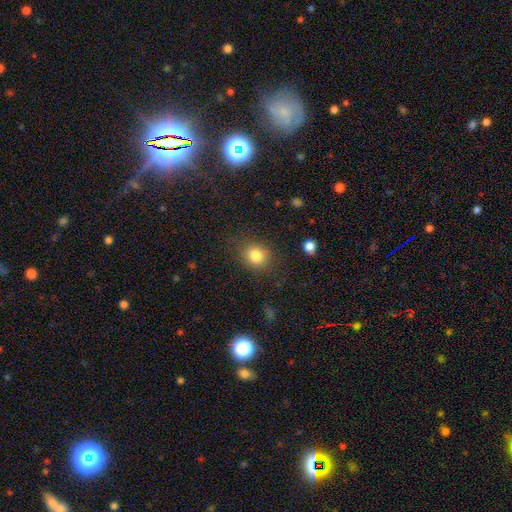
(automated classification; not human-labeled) Smooth or featured? Predicted: smooth (p=0.82). How rounded? Predicted: round (p=0.75). Merging? Predicted: none (p=0.82).